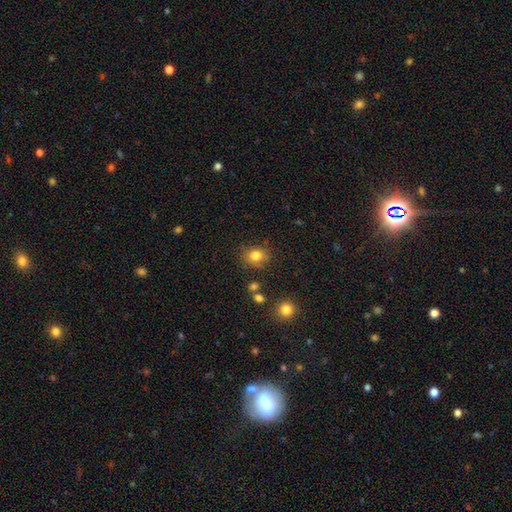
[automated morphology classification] The model was most divided on "how rounded": round: 58%, in between: 41%, cigar-shaped: 1%. More confident: smooth or featured — smooth (81%); merging — none (74%).